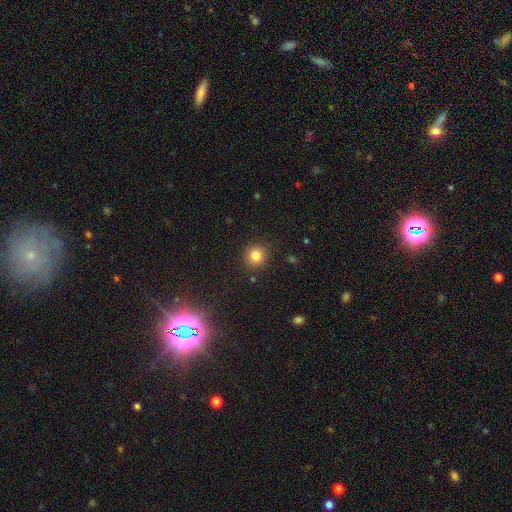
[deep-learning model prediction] The model was most divided on "smooth or featured": smooth: 83%, star or artifact: 12%, featured or disk: 6%. More confident: how rounded — round (92%); merging — none (90%).